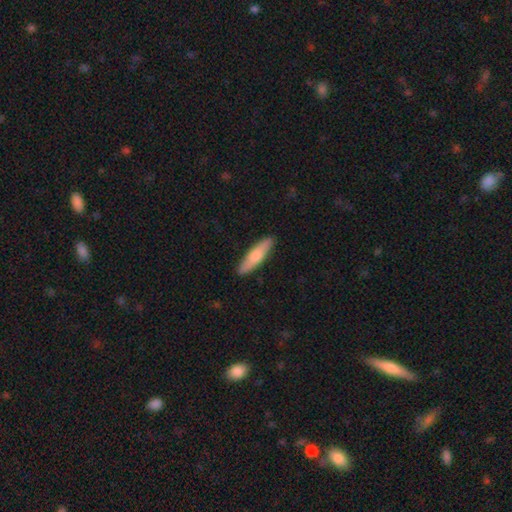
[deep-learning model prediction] smooth_or_featured: smooth (p=0.70) [alt: featured or disk p=0.25]
how_rounded: cigar-shaped (p=0.76) [alt: in between p=0.23]
merging: none (p=0.89) [alt: minor disturbance p=0.08]